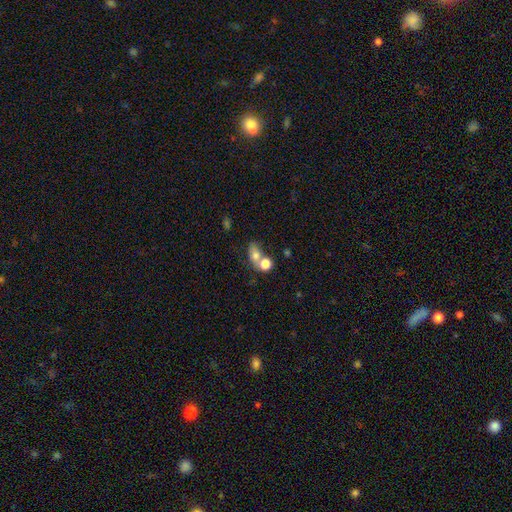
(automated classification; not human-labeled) This appears to be a smooth galaxy with no disk features (72%) that is in between round and cigar-shaped (49%, tied with round). Merging: merger (56%).